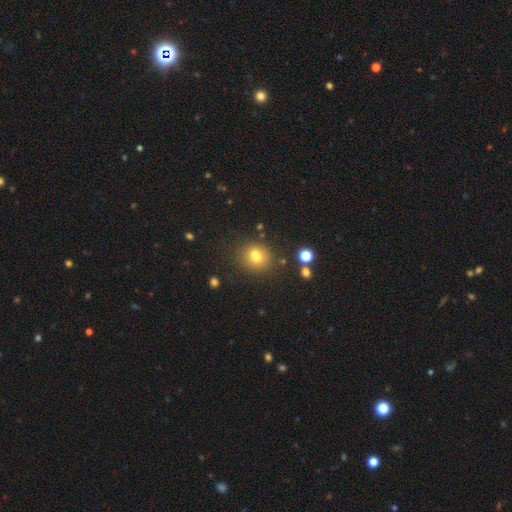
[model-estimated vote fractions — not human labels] Smooth or featured? Predicted: smooth (p=0.73). How rounded? Predicted: round (p=0.70). Merging? Predicted: none (p=0.62).